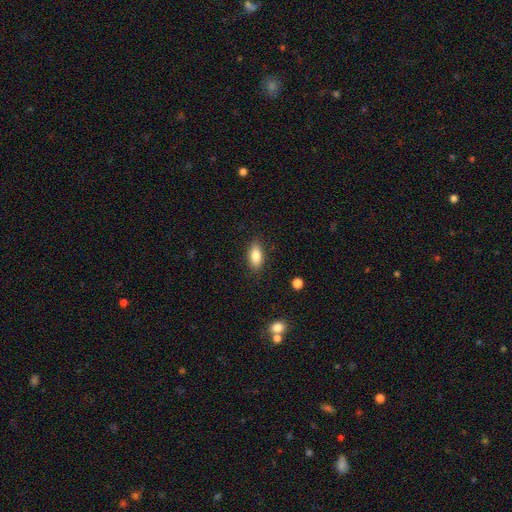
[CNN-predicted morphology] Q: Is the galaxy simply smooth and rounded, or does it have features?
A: smooth — 83%.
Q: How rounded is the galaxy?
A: in between — 86%.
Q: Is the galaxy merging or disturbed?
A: none — 87%.